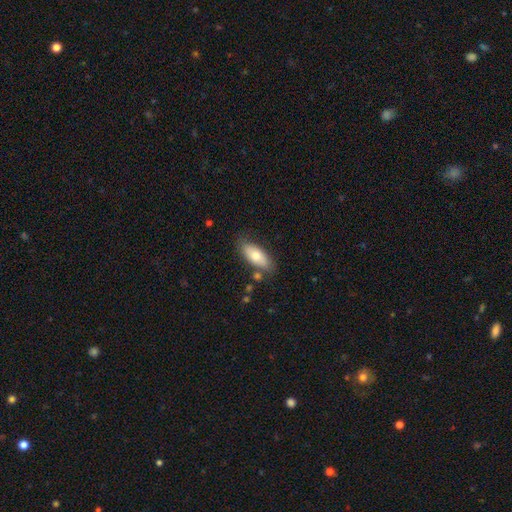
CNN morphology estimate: The model was most divided on "smooth or featured": smooth: 73%, featured or disk: 21%, star or artifact: 6%. More confident: how rounded — in between (84%); merging — none (78%).